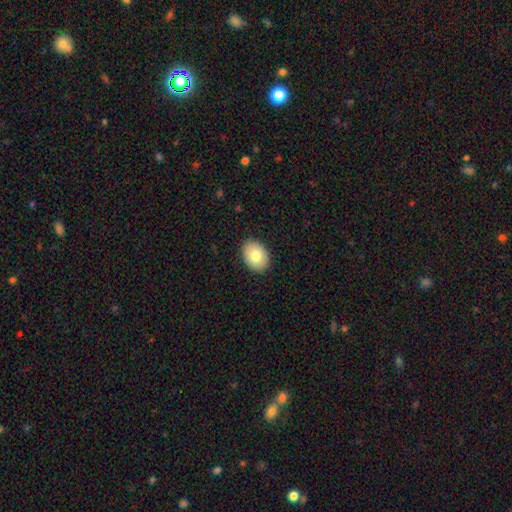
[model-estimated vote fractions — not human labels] Overall: smooth (79%). How rounded: in between (72%). Merging: none (89%).